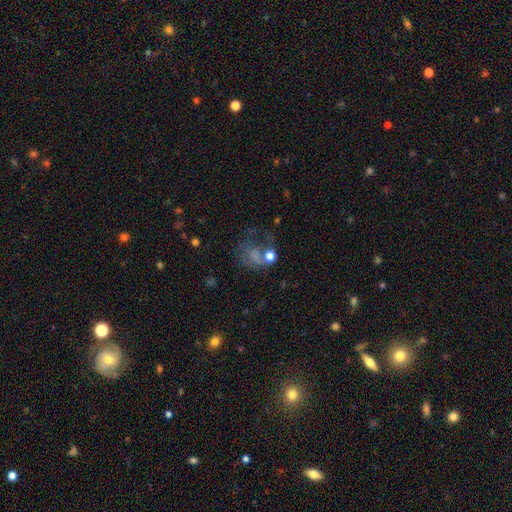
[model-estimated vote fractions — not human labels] Smooth or featured? Predicted: smooth (p=0.45). Merging? Predicted: major disturbance (p=0.40).